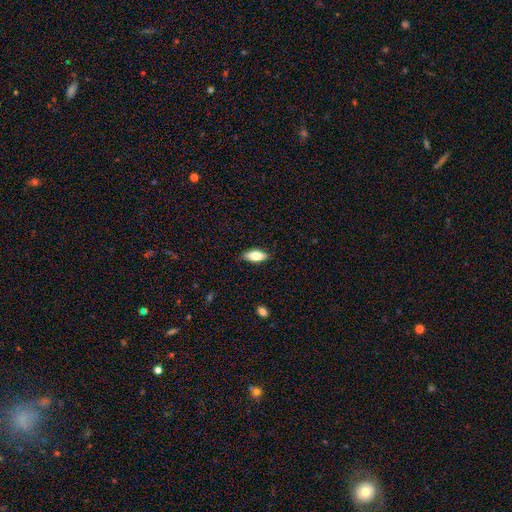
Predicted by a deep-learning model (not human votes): smooth_or_featured: smooth (p=0.78) [alt: featured or disk p=0.15]
how_rounded: in between (p=0.82) [alt: cigar-shaped p=0.16]
merging: none (p=0.85) [alt: minor disturbance p=0.12]